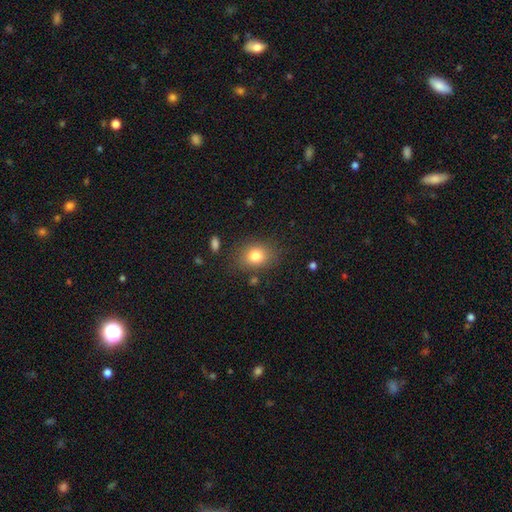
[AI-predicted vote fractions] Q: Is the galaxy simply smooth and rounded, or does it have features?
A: smooth — 80%.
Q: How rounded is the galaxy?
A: in between — 53%.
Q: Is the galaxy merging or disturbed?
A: none — 80%.